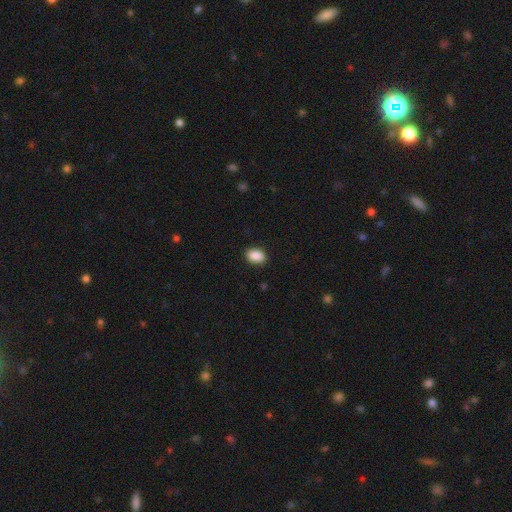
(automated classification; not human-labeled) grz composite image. It shows a smooth galaxy with no disk features (90%) that is in between round and cigar-shaped (83%). Merging: none (88%).